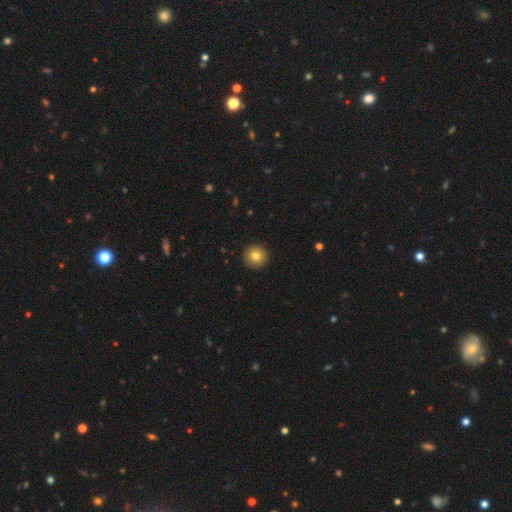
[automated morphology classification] Smooth or featured? Predicted: smooth (p=0.80). How rounded? Predicted: round (p=0.96). Merging? Predicted: none (p=0.93).